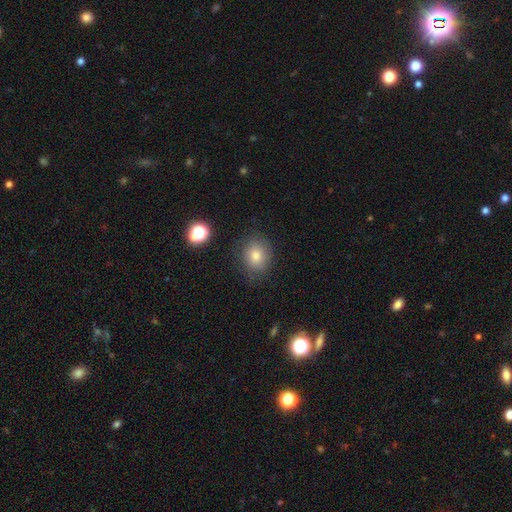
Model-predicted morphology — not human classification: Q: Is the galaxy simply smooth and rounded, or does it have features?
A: smooth — 75%.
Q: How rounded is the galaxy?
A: round — 70%.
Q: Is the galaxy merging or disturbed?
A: none — 81%.